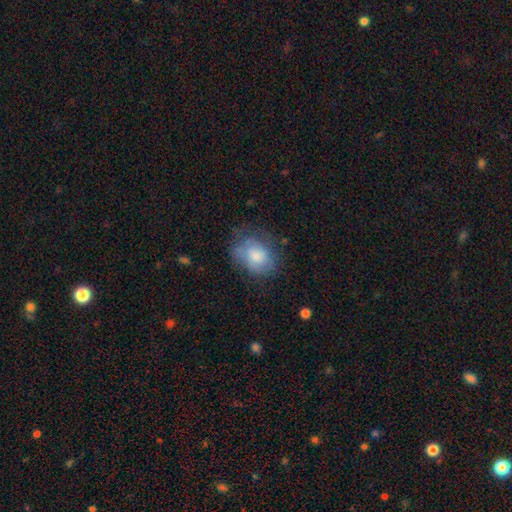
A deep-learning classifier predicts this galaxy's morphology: smooth-or-featured: smooth: 67% | featured or disk: 24% | star or artifact: 9%
  how-rounded: in between: 52% | round: 47% | cigar-shaped: 1%
  merging: none: 57% | minor disturbance: 27% | major disturbance: 14% | merger: 2%